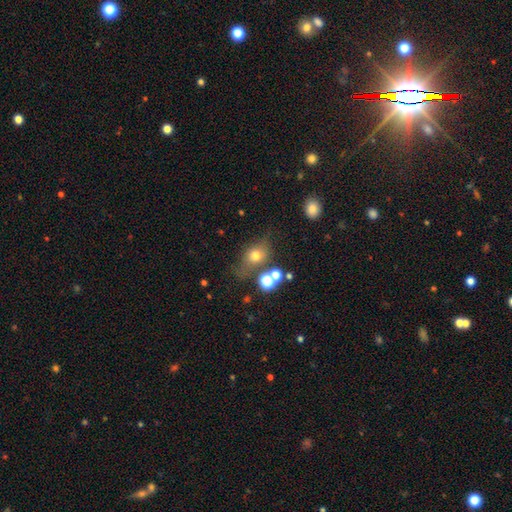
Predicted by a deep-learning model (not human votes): Smooth or featured?
  - smooth: 66% *
  - featured or disk: 18%
  - star or artifact: 16%
How rounded?
  - in between: 53% *
  - round: 44%
  - cigar-shaped: 3%
Merging?
  - none: 57% *
  - minor disturbance: 20%
  - merger: 12%
  - major disturbance: 11%